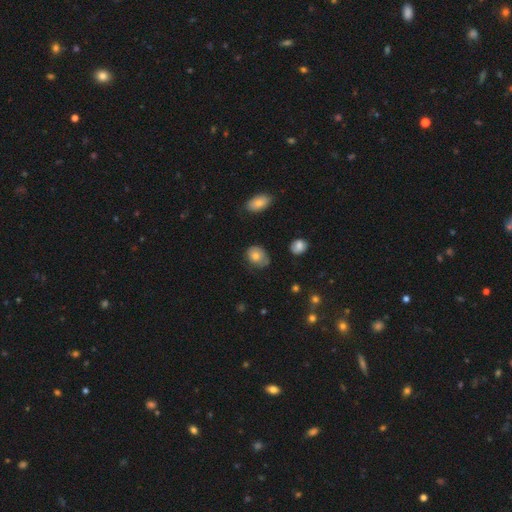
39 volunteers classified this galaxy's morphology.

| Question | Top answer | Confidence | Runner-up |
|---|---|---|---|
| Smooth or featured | smooth | 82% | featured or disk (10%) |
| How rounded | in between | 62% | round (34%) |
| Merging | none | 42% | minor disturbance (36%) |